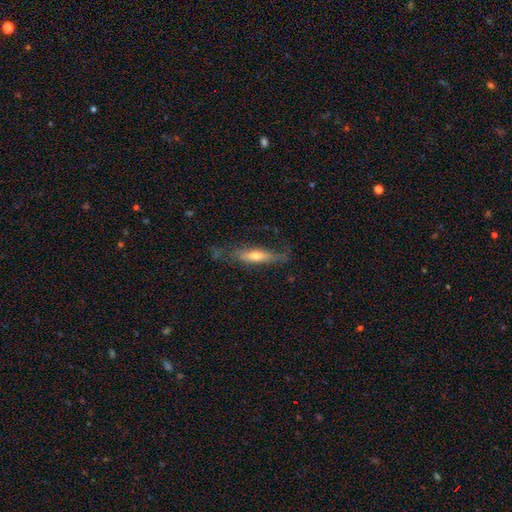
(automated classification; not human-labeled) Morphology: type=featured or disk (52%); edge-on=yes (73%); merging=none (62%).